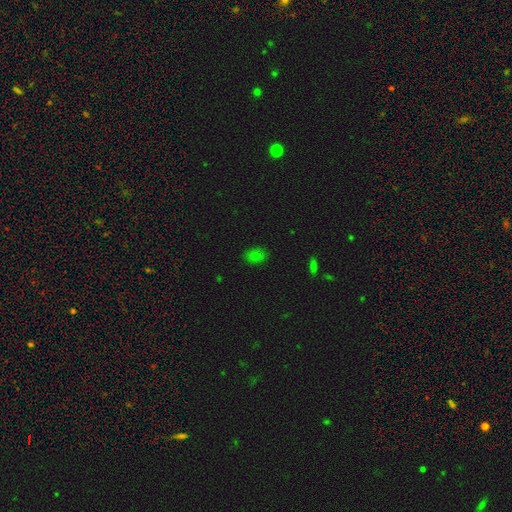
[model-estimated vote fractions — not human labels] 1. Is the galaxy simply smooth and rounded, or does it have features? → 74% smooth, 20% star or artifact, 7% featured or disk.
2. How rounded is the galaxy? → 61% in between, 37% round, 2% cigar-shaped.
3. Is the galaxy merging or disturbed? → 80% none, 15% minor disturbance, 3% major disturbance, 2% merger.